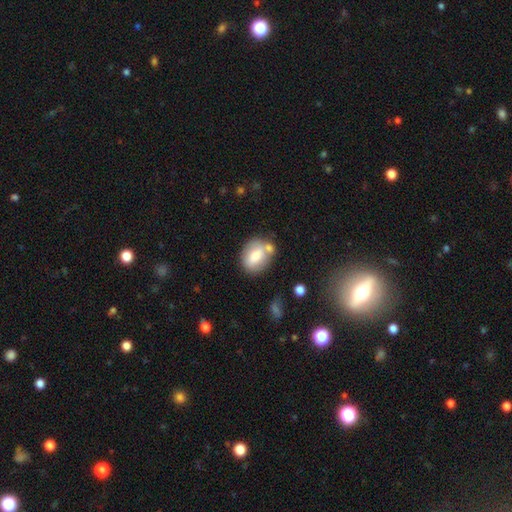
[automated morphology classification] Q: Smooth or featured?
A: smooth (70%); runner-up: featured or disk (23%)
Q: How rounded?
A: in between (63%); runner-up: round (36%)
Q: Merging?
A: none (58%); runner-up: merger (21%)